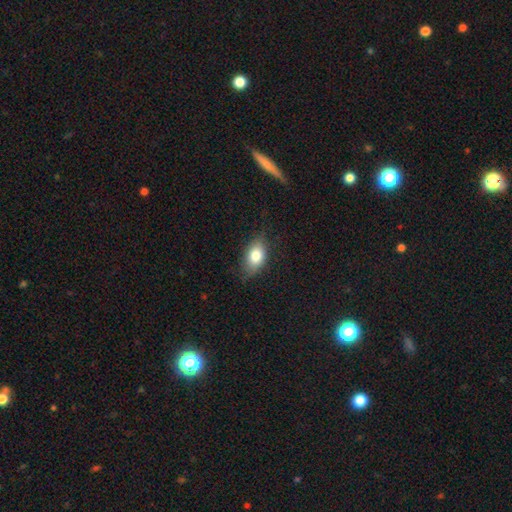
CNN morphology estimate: Smooth or featured? smooth (77%)
How rounded? in between (86%)
Merging? none (72%)